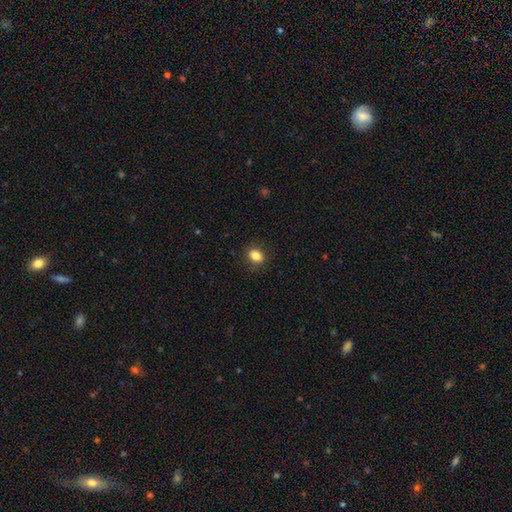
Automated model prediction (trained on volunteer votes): The model was most divided on "how rounded": in between: 57%, round: 41%, cigar-shaped: 1%. More confident: merging — none (85%); smooth or featured — smooth (84%).